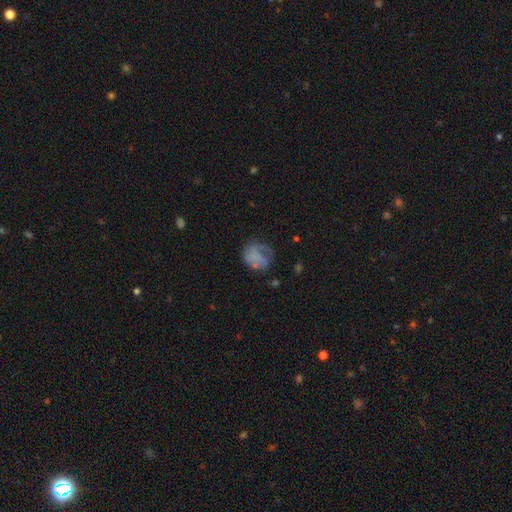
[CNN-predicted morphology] smooth-or-featured: smooth: 52% | featured or disk: 36% | star or artifact: 12%
  how-rounded: round: 65% | in between: 34% | cigar-shaped: 1%
  merging: none: 42% | major disturbance: 30% | minor disturbance: 24% | merger: 3%